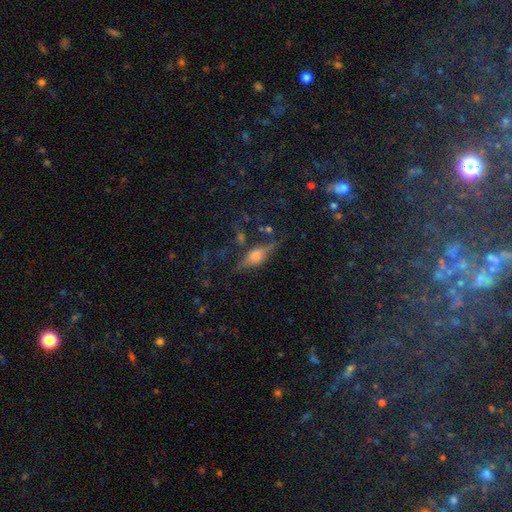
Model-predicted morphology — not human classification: This appears to be a featured or disk galaxy (57%) viewed edge-on (86%). Merging: none (66%).